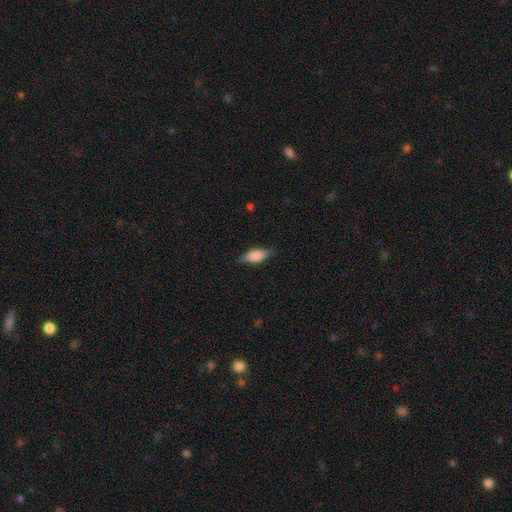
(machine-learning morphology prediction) A smooth galaxy with no disk features (72%) that is in between round and cigar-shaped (74%). Merging: none (78%).